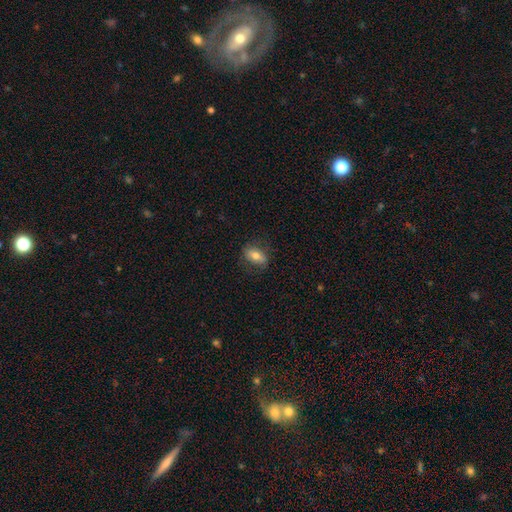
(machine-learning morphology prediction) smooth-or-featured: smooth: 73% | featured or disk: 19% | star or artifact: 8%
  how-rounded: in between: 81% | round: 16% | cigar-shaped: 3%
  merging: none: 77% | minor disturbance: 16% | major disturbance: 6% | merger: 1%